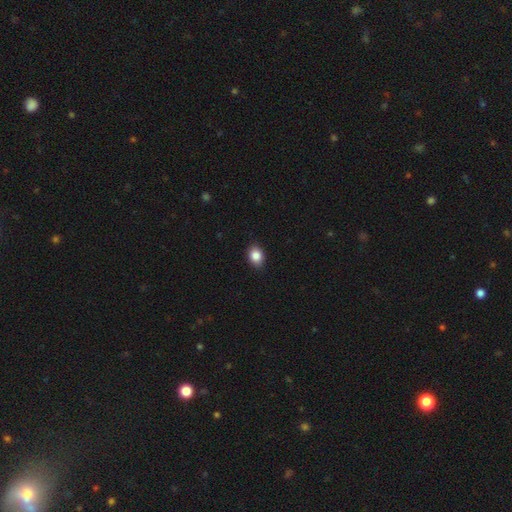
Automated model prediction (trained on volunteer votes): Q: Smooth or featured?
A: smooth (86%); runner-up: star or artifact (9%)
Q: How rounded?
A: in between (66%); runner-up: round (33%)
Q: Merging?
A: none (87%); runner-up: minor disturbance (10%)